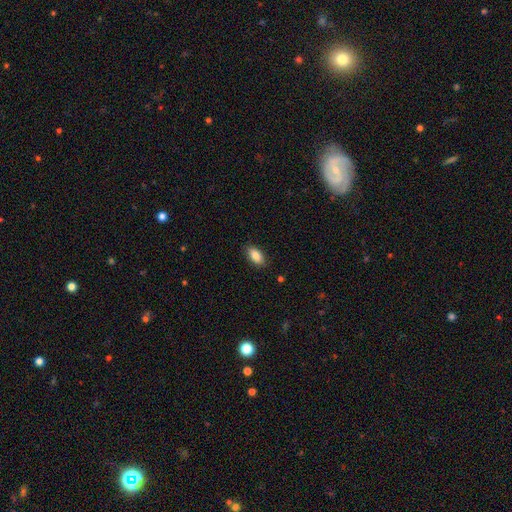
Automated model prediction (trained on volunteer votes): smooth 86%, featured or disk 7%, star or artifact 7%. Down the decision tree: how rounded — in between (92%); merging — none (87%).